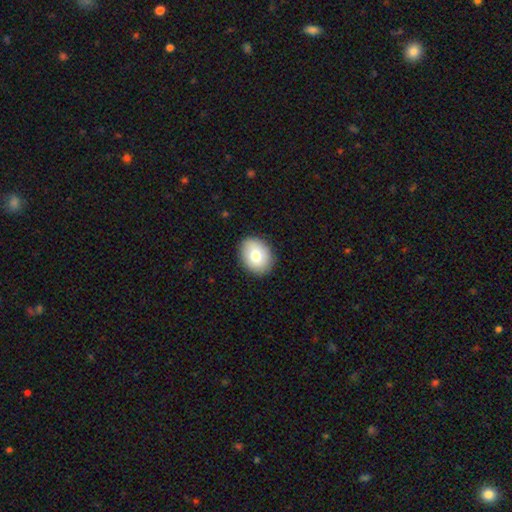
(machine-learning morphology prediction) This appears to be a smooth galaxy with no disk features (77%) that is in between round and cigar-shaped (59%). Merging: none (88%).